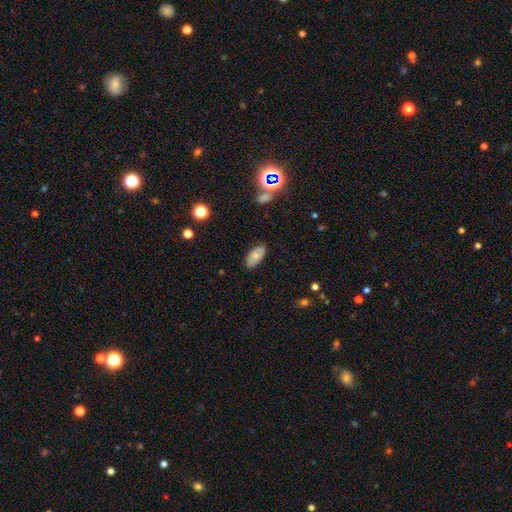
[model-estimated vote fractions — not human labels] Q: Smooth or featured?
A: smooth (72%); runner-up: featured or disk (19%)
Q: How rounded?
A: in between (92%); runner-up: cigar-shaped (5%)
Q: Merging?
A: none (85%); runner-up: minor disturbance (11%)